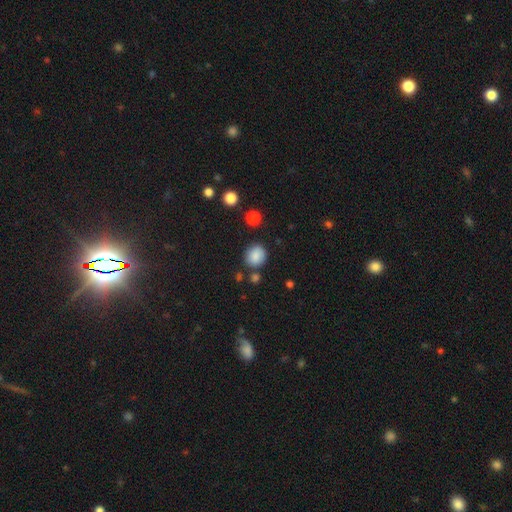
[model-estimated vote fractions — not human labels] Smooth or featured?
  - smooth: 85% *
  - star or artifact: 9%
  - featured or disk: 6%
How rounded?
  - round: 80% *
  - in between: 19%
  - cigar-shaped: 1%
Merging?
  - none: 79% *
  - minor disturbance: 13%
  - merger: 5%
  - major disturbance: 3%